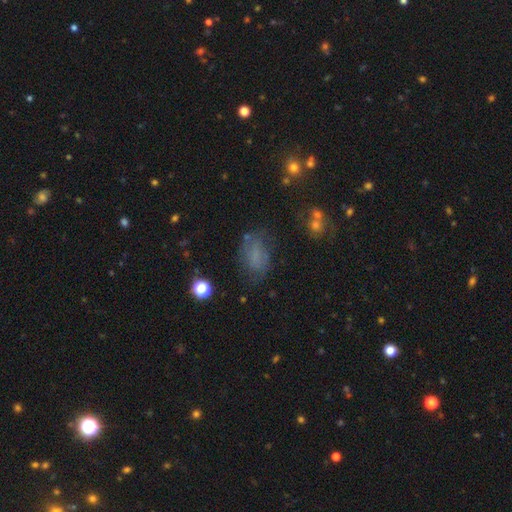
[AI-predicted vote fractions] Smooth or featured? Predicted: smooth (p=0.58). How rounded? Predicted: in between (p=0.85). Merging? Predicted: none (p=0.58).